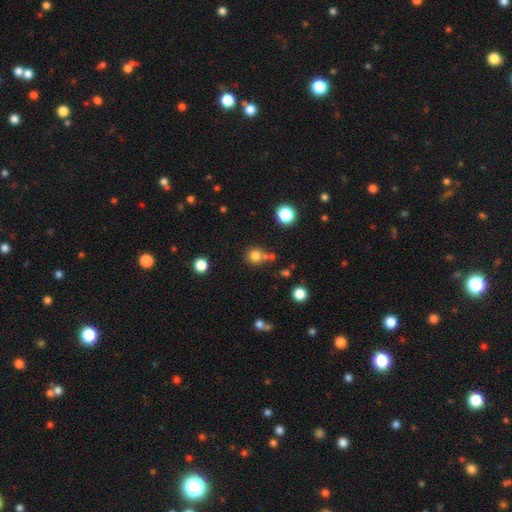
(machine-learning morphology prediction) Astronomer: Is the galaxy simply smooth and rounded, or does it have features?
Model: smooth — 78%.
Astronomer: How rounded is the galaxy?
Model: round — 91%.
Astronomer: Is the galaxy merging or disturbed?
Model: none — 66%.